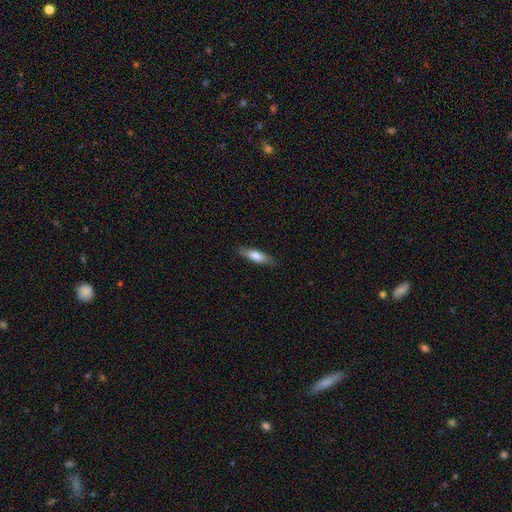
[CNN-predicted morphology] Smooth or featured? Predicted: smooth (p=0.73). How rounded? Predicted: cigar-shaped (p=0.56). Merging? Predicted: none (p=0.85).